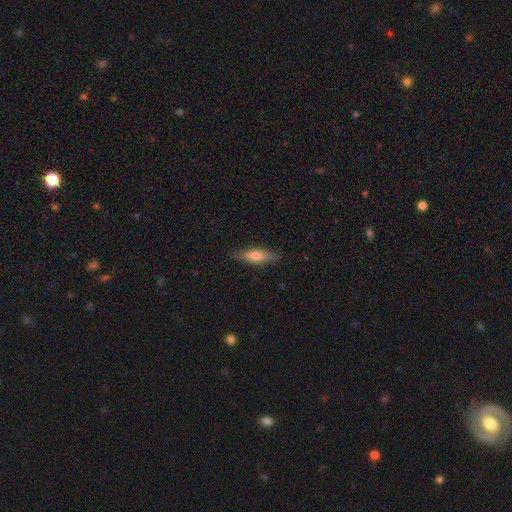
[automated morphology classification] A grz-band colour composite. It shows a smooth galaxy with no disk features (58%) that is cigar-shaped (66%). Merging: none (85%).